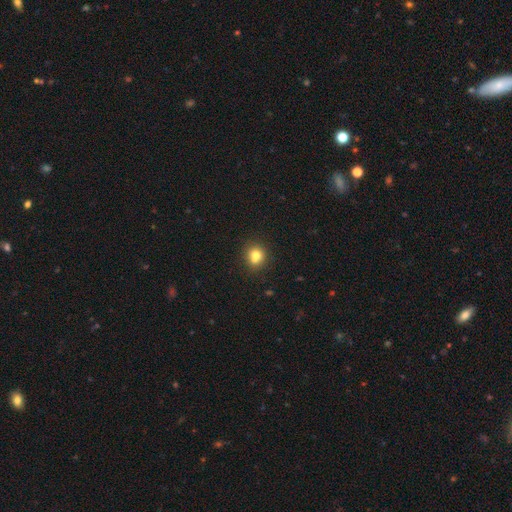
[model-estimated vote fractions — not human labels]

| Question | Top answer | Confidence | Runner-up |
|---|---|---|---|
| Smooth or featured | smooth | 78% | star or artifact (12%) |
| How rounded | round | 79% | in between (20%) |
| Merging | none | 66% | merger (17%) |